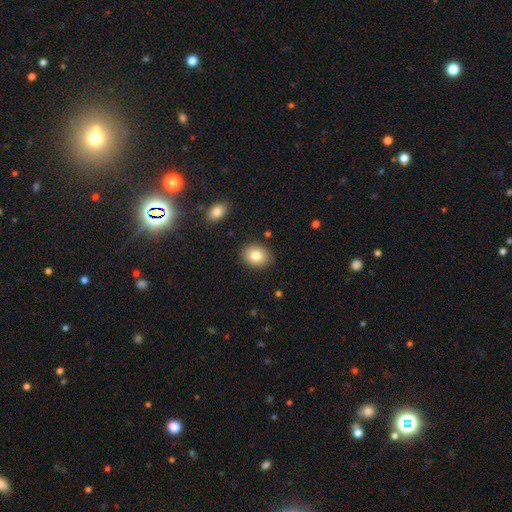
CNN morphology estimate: type=smooth (82%); roundness=round (53%); merging=none (88%).